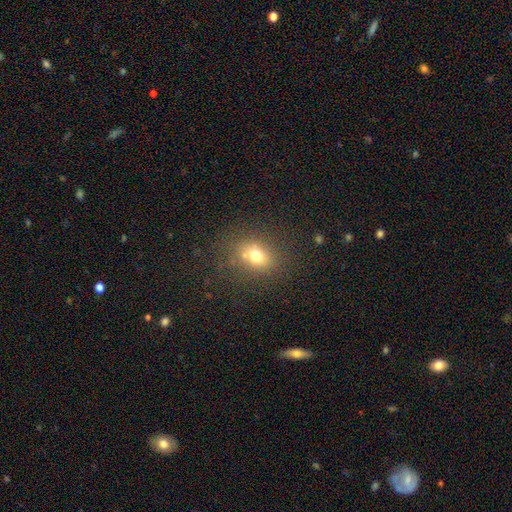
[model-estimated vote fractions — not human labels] smooth 70%, star or artifact 17%, featured or disk 13%. Down the decision tree: how rounded — round (55%); merging — none (73%).